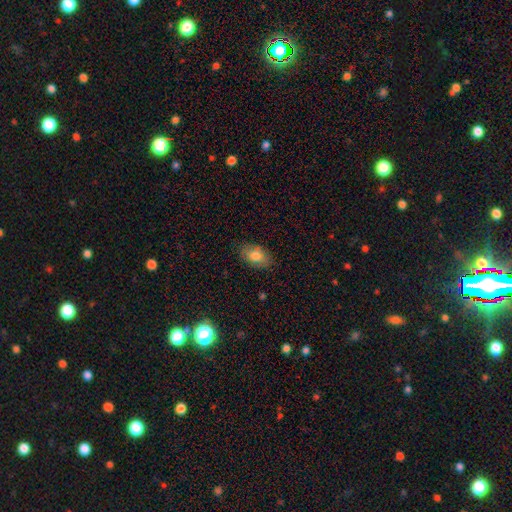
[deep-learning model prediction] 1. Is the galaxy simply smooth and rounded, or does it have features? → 78% smooth, 15% featured or disk, 7% star or artifact.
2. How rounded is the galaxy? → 91% in between, 7% round, 2% cigar-shaped.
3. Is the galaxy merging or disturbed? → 83% none, 13% minor disturbance, 3% major disturbance, 1% merger.